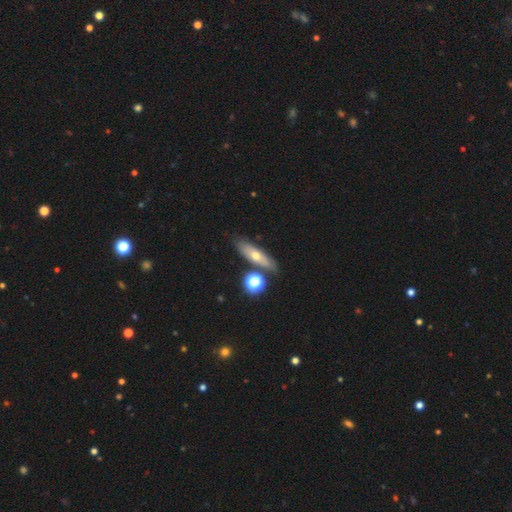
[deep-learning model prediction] Smooth or featured?
  - smooth: 51% *
  - featured or disk: 39%
  - star or artifact: 9%
How rounded?
  - cigar-shaped: 50% *
  - in between: 43%
  - round: 7%
Merging?
  - none: 76% *
  - minor disturbance: 12%
  - merger: 8%
  - major disturbance: 3%